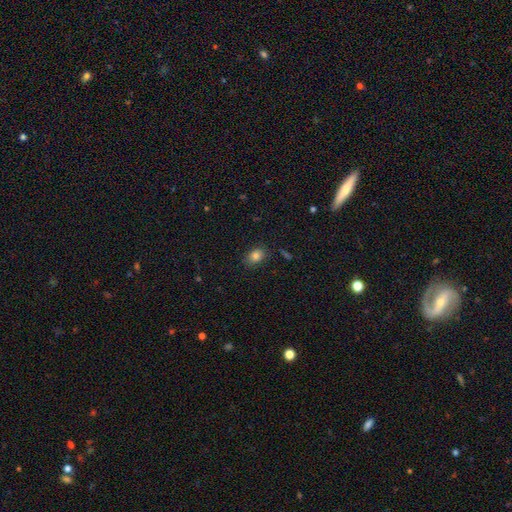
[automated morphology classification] A smooth galaxy with no disk features (81%) that is in between round and cigar-shaped (71%). Merging: none (82%).